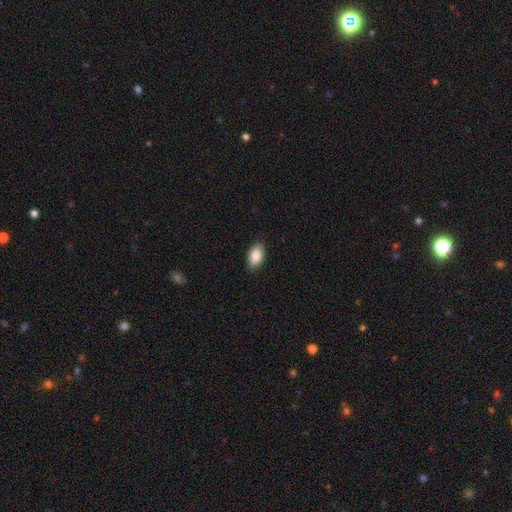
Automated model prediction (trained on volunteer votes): Smooth or featured? Predicted: smooth (p=0.86). How rounded? Predicted: in between (p=0.93). Merging? Predicted: none (p=0.89).